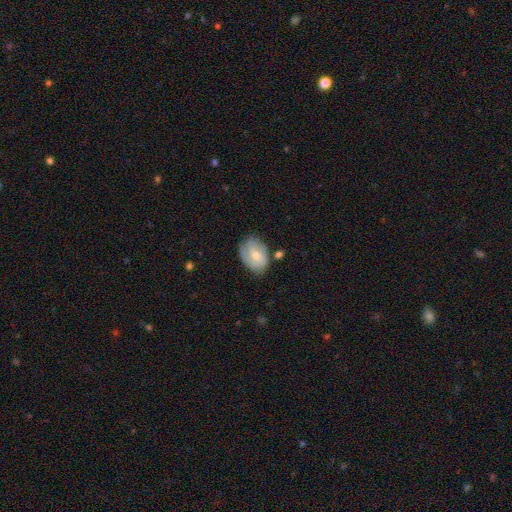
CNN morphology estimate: Overall: featured or disk (48%; smooth 46%). Merging: none (62%; minor disturbance 26%).